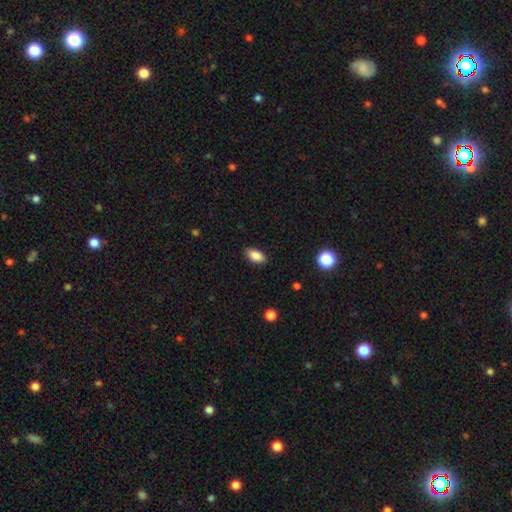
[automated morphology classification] A smooth galaxy with no disk features (87%) that is in between round and cigar-shaped (90%). Merging: none (88%).